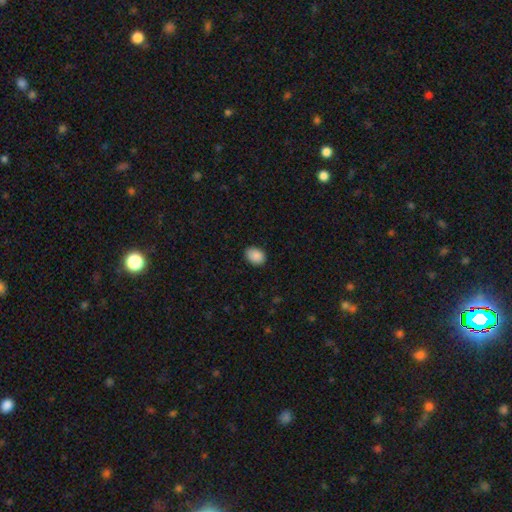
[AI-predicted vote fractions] A smooth galaxy with no disk features (90%) that is in between round and cigar-shaped (72%). Merging: none (86%).